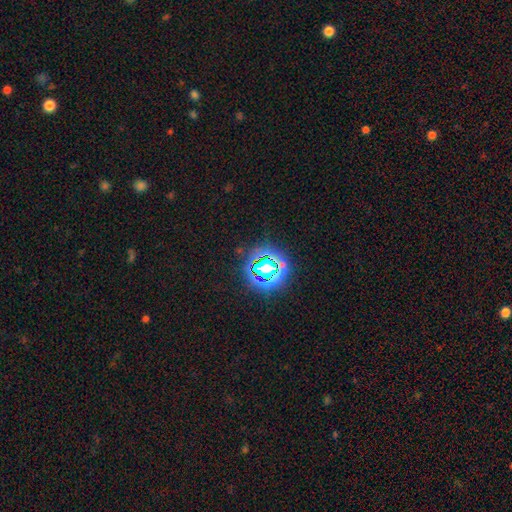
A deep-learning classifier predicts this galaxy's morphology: This appears to be a star or artifact, not a galaxy (81%).